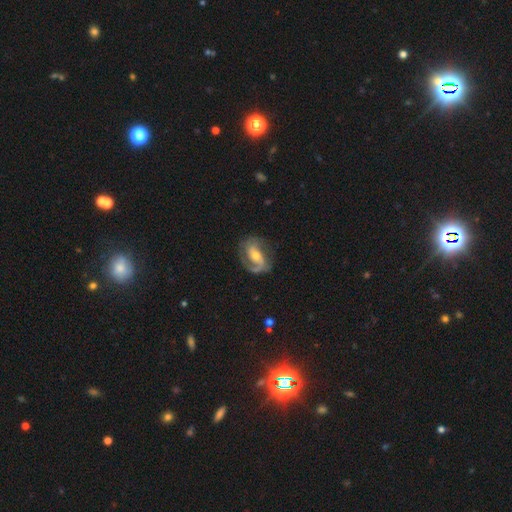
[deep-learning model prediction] Morphology: type=featured or disk (81%); edge-on=no (97%); bar=weak (40%); spiral arms=yes (93%); winding=medium (46%); arm count=2 (67%); bulge=moderate (56%); merging=none (67%).